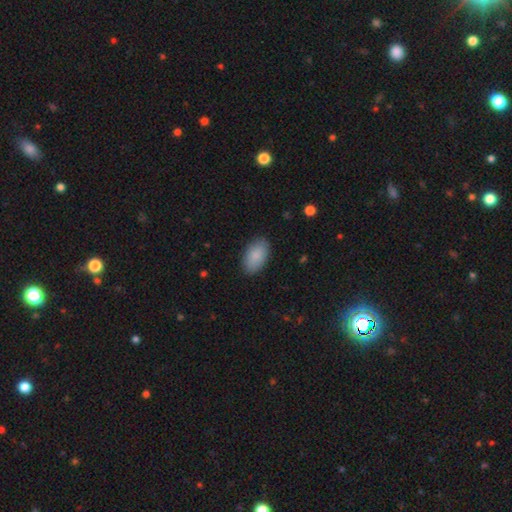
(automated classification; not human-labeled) smooth_or_featured: smooth (p=0.88) [alt: featured or disk p=0.06]
how_rounded: in between (p=0.94) [alt: round p=0.04]
merging: none (p=0.87) [alt: minor disturbance p=0.10]